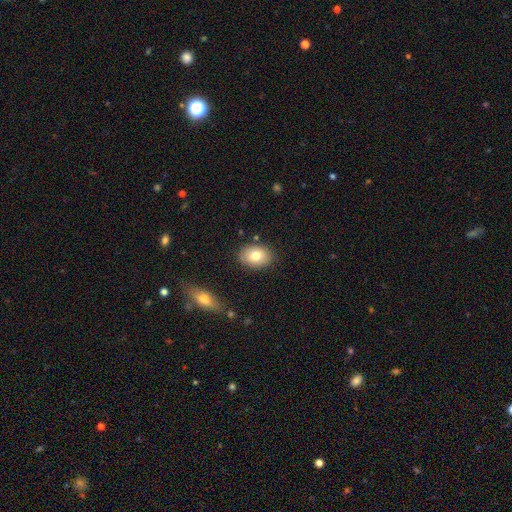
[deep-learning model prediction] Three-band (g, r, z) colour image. It shows a smooth galaxy with no disk features (79%) that is in between round and cigar-shaped (77%). Merging: none (85%).